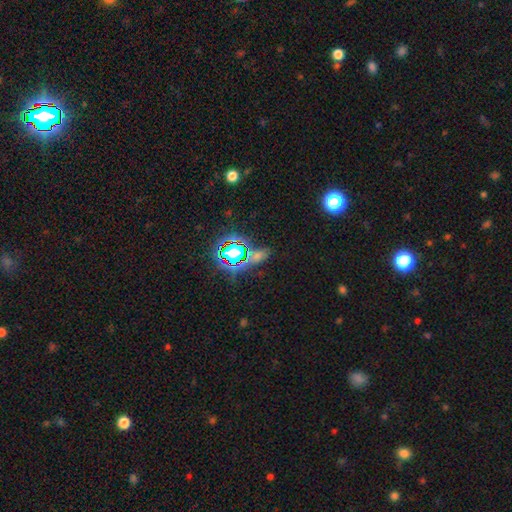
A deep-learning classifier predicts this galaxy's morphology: A star or artifact, not a galaxy (70%).